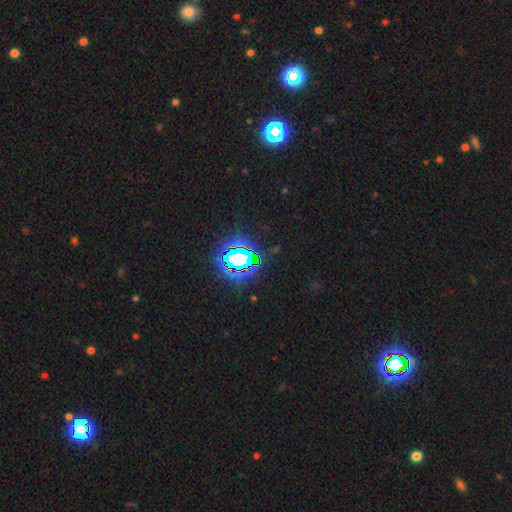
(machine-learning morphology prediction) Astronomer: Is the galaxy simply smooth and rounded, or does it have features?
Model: star or artifact — 81%.